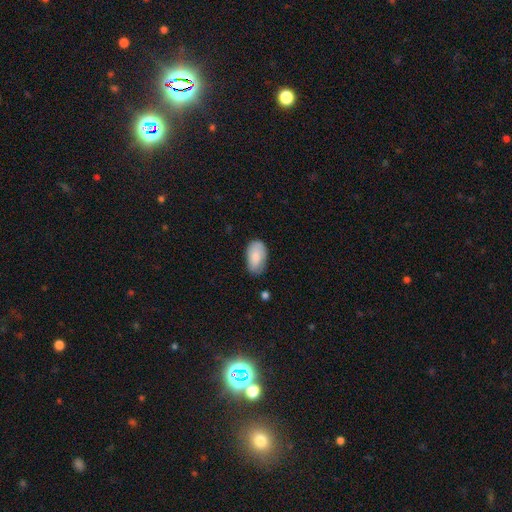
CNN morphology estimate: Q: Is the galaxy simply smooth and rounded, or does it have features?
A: smooth — 81%.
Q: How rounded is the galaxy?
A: in between — 94%.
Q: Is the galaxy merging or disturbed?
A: none — 70%.